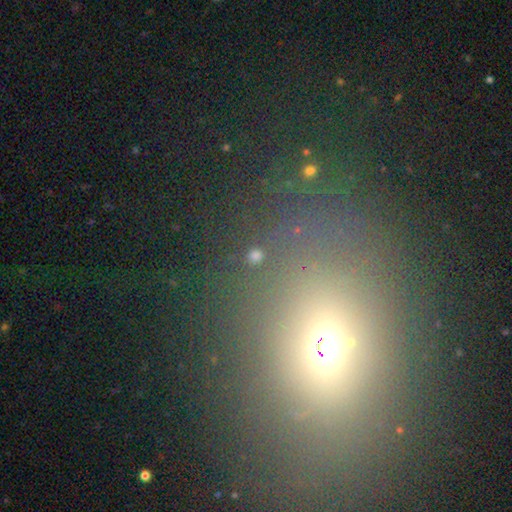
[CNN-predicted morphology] Smooth or featured: smooth — 66% (star or artifact — 28%)
How rounded: round — 83% (in between — 14%)
Merging: none — 84% (minor disturbance — 7%)